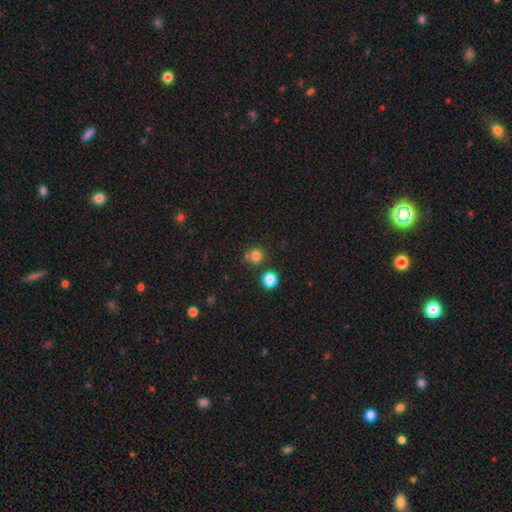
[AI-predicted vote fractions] Smooth or featured? smooth (79%)
How rounded? round (91%)
Merging? none (74%)